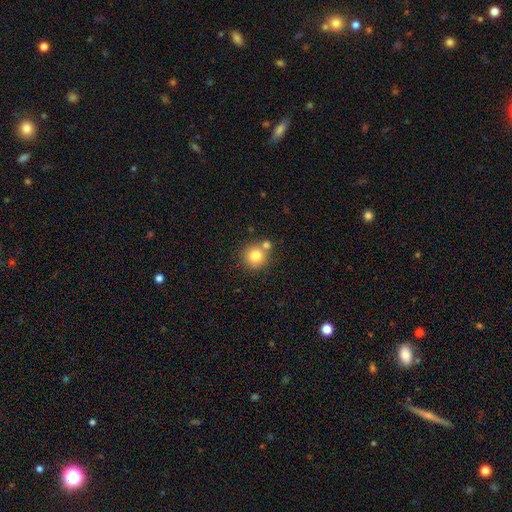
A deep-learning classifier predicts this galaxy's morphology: Smooth or featured?
  - smooth: 78% *
  - featured or disk: 11%
  - star or artifact: 11%
How rounded?
  - round: 92% *
  - in between: 7%
  - cigar-shaped: 1%
Merging?
  - none: 63% *
  - merger: 26%
  - minor disturbance: 9%
  - major disturbance: 3%